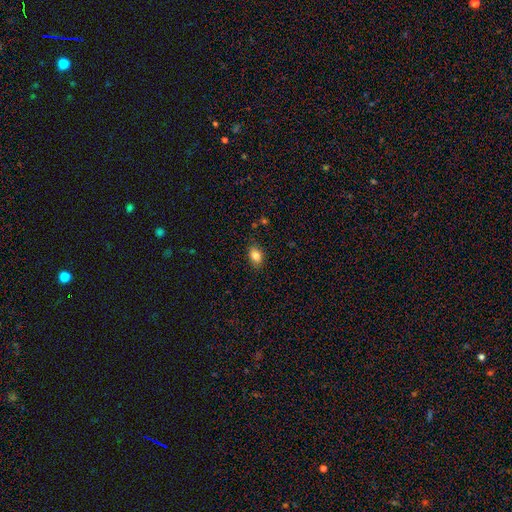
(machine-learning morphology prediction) smooth_or_featured: smooth (p=0.83) [alt: star or artifact p=0.09]
how_rounded: in between (p=0.81) [alt: round p=0.17]
merging: none (p=0.85) [alt: minor disturbance p=0.11]